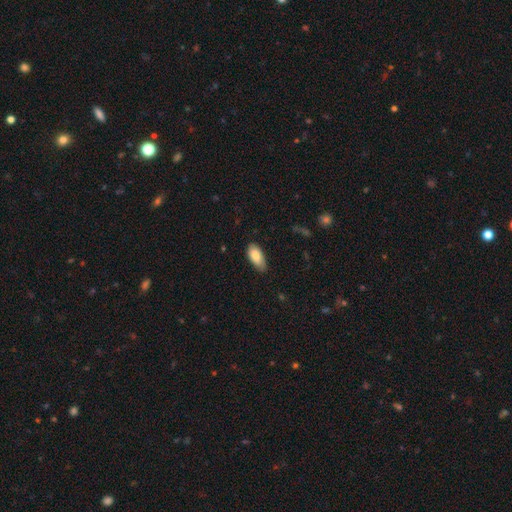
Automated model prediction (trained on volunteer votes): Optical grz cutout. It shows a smooth galaxy with no disk features (84%) that is in between round and cigar-shaped (90%). Merging: none (71%).